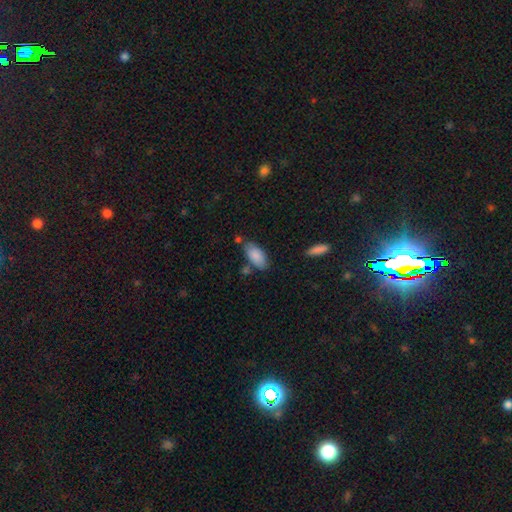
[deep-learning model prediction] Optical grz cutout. It shows a smooth galaxy with no disk features (87%) that is in between round and cigar-shaped (91%). Merging: none (70%).